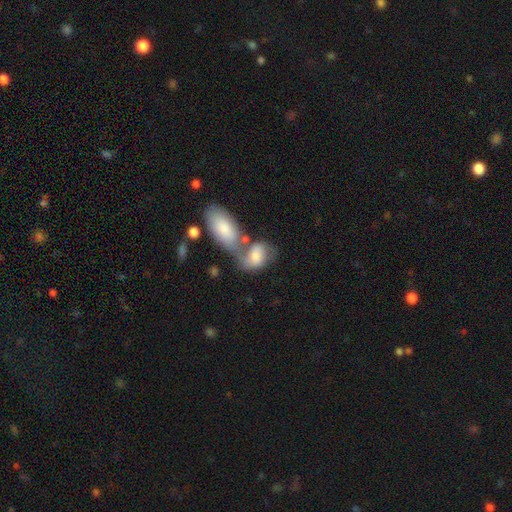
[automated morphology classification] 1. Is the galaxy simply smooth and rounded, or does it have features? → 60% smooth, 33% featured or disk, 7% star or artifact.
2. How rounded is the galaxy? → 79% in between, 19% round, 3% cigar-shaped.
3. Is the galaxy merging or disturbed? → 56% merger, 21% none, 13% minor disturbance, 10% major disturbance.